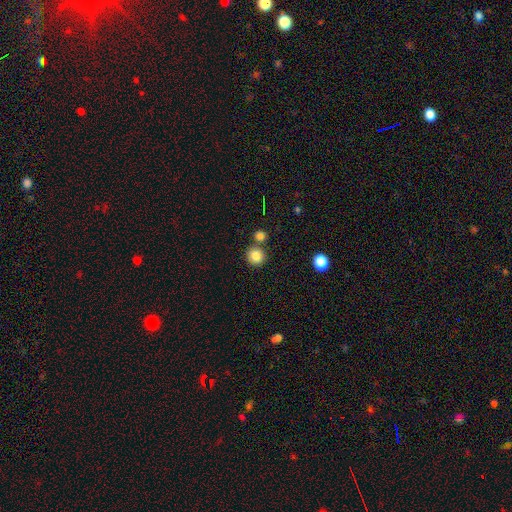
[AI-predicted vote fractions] smooth_or_featured: smooth (p=0.84) [alt: star or artifact p=0.11]
how_rounded: round (p=0.91) [alt: in between p=0.08]
merging: none (p=0.74) [alt: merger p=0.16]